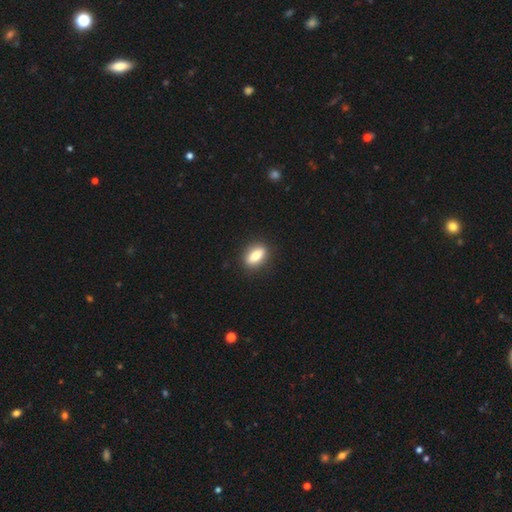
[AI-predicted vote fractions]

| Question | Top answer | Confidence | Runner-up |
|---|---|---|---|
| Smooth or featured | smooth | 77% | featured or disk (16%) |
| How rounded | in between | 78% | cigar-shaped (13%) |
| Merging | none | 89% | minor disturbance (8%) |